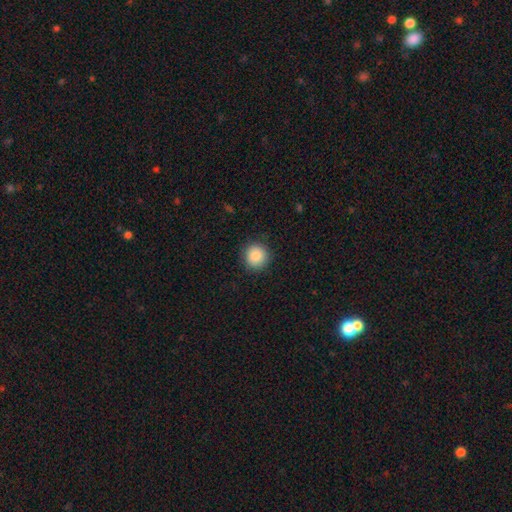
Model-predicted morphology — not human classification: Smooth or featured?
  - smooth: 88% *
  - star or artifact: 8%
  - featured or disk: 3%
How rounded?
  - round: 93% *
  - in between: 6%
  - cigar-shaped: 1%
Merging?
  - none: 90% *
  - minor disturbance: 7%
  - major disturbance: 2%
  - merger: 1%